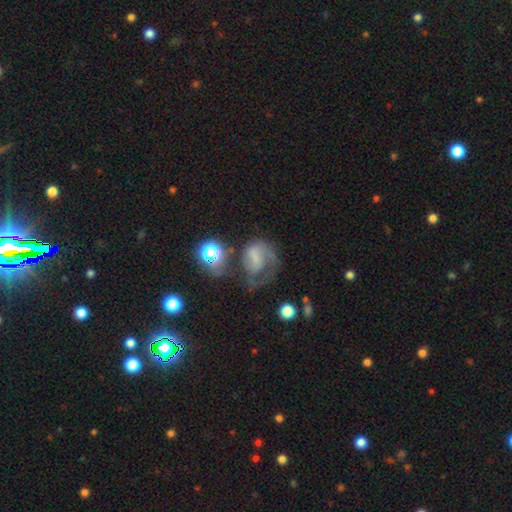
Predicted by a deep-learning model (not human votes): A featured or disk galaxy (50%). Merging: major disturbance (41%).